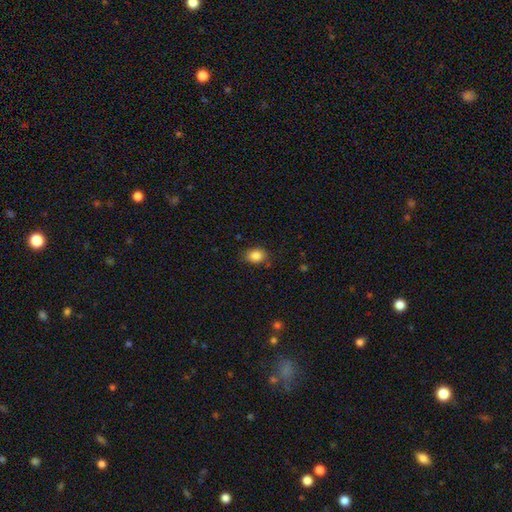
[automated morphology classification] Overall: smooth (86%). How rounded: in between (59%; round 40%). Merging: none (77%).